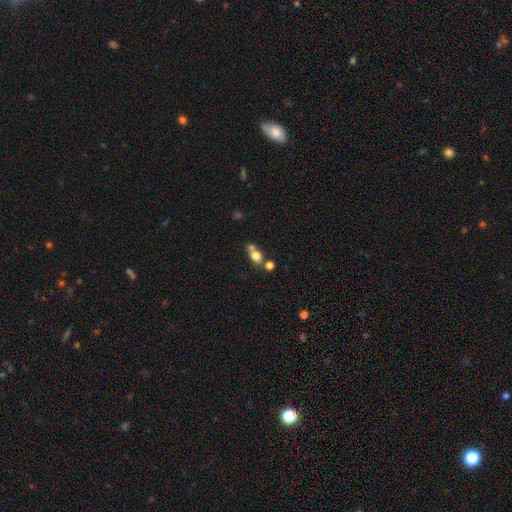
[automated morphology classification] Smooth or featured? Predicted: smooth (p=0.74). How rounded? Predicted: in between (p=0.52). Merging? Predicted: merger (p=0.43).